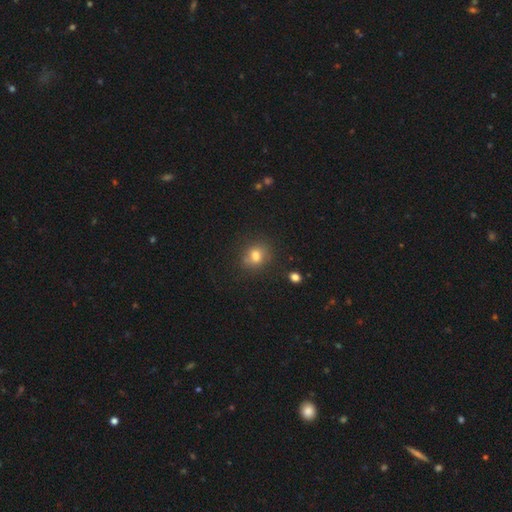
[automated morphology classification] Smooth or featured?
  - smooth: 76% *
  - star or artifact: 13%
  - featured or disk: 11%
How rounded?
  - round: 63% *
  - in between: 35%
  - cigar-shaped: 1%
Merging?
  - none: 72% *
  - minor disturbance: 15%
  - merger: 9%
  - major disturbance: 4%